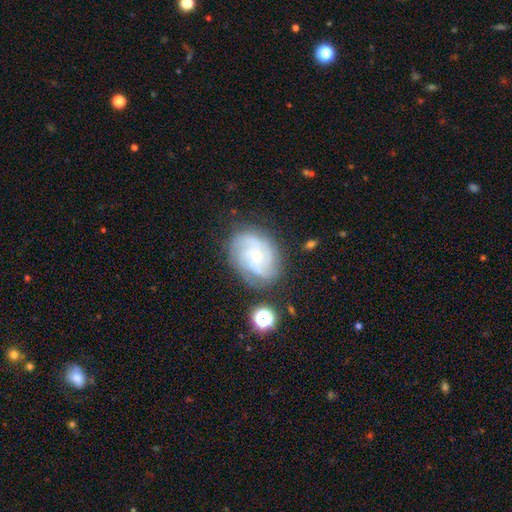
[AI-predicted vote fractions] smooth_or_featured: featured or disk (p=0.76) [alt: smooth p=0.15]
disk_edge_on: no (p=0.97) [alt: yes p=0.03]
bar: no (p=0.69) [alt: weak p=0.27]
has_spiral_arms: yes (p=0.95) [alt: no p=0.05]
spiral_winding: tight (p=0.57) [alt: medium p=0.34]
spiral_arm_count: 3 (p=0.32) [alt: can't tell p=0.25]
bulge_size: small (p=0.59) [alt: moderate p=0.21]
merging: none (p=0.73) [alt: minor disturbance p=0.17]